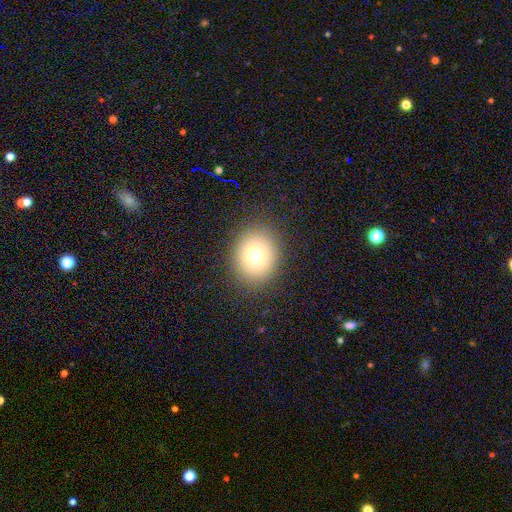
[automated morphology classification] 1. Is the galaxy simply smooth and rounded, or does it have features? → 75% smooth, 13% star or artifact, 12% featured or disk.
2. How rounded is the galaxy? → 60% round, 39% in between, 1% cigar-shaped.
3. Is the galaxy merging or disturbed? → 87% none, 8% minor disturbance, 4% major disturbance, 1% merger.